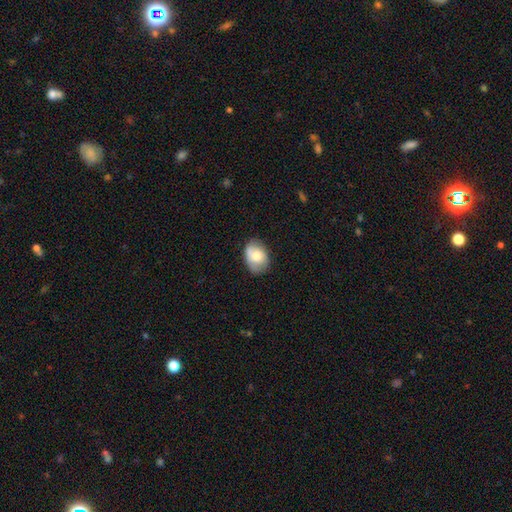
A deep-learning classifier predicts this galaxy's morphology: Smooth or featured? smooth (70%)
How rounded? in between (74%)
Merging? none (67%)